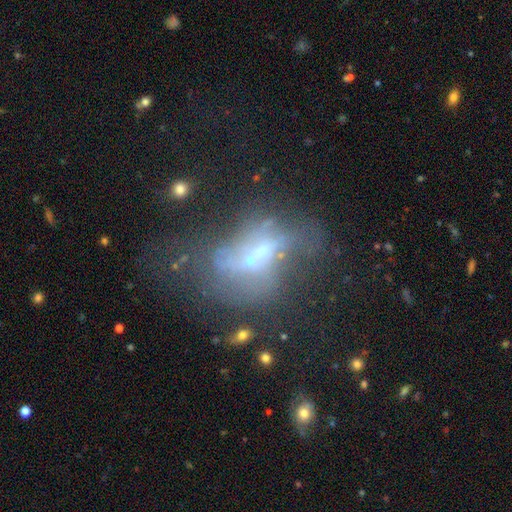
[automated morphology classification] Smooth or featured?
  - featured or disk: 53% *
  - smooth: 29%
  - star or artifact: 19%
Edge-on disk?
  - no: 89% *
  - yes: 11%
Merging?
  - major disturbance: 39% *
  - none: 24%
  - merger: 22%
  - minor disturbance: 16%